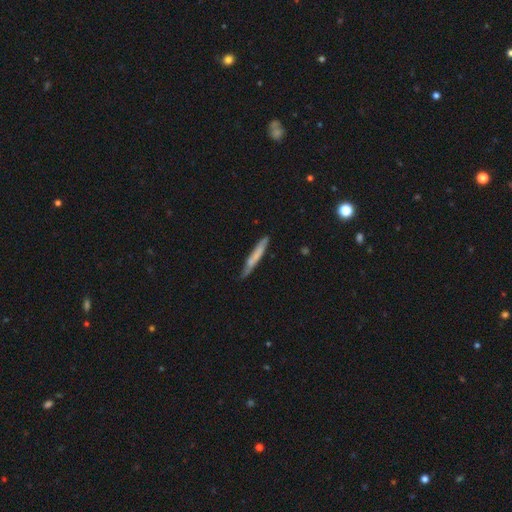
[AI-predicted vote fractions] Overall: smooth (60%; featured or disk 34%). How rounded: cigar-shaped (95%). Merging: none (76%).